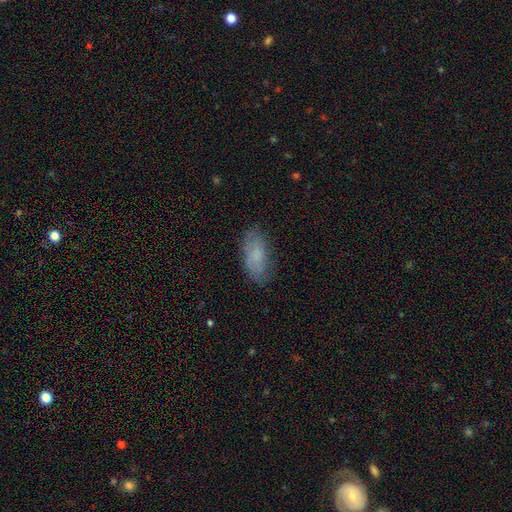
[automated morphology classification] This is likely a smooth galaxy (75%). How rounded: clearly in between (90%). Merging: likely none (75%).